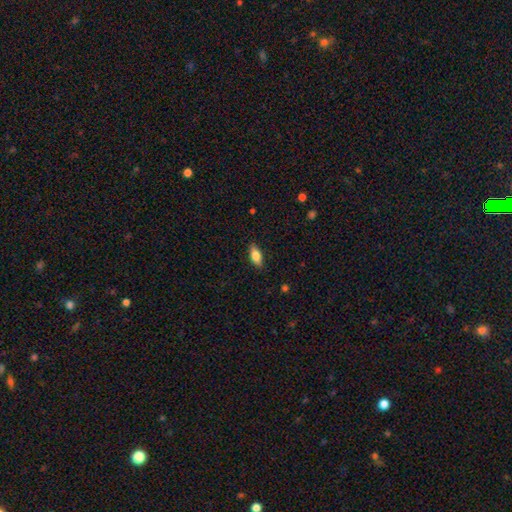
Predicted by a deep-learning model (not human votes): Morphology: type=smooth (80%); roundness=in between (85%); merging=none (85%).